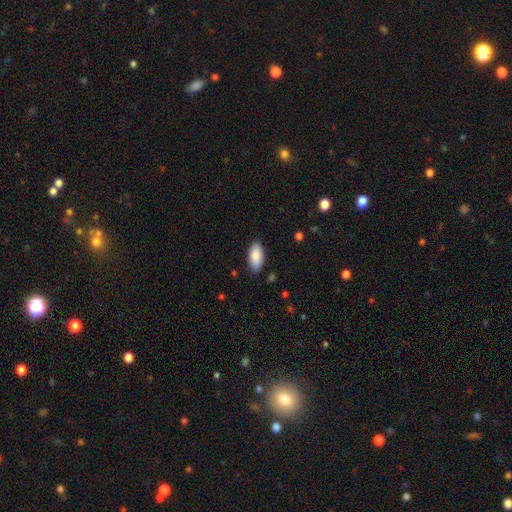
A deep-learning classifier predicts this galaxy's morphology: A smooth galaxy with no disk features (87%) that is in between round and cigar-shaped (92%).

Vote fractions:
- Smooth or featured? smooth: 87% / featured or disk: 7% / star or artifact: 6%
- How rounded? in between: 92% / cigar-shaped: 6% / round: 2%
- Merging? none: 86% / minor disturbance: 11% / major disturbance: 2% / merger: 1%